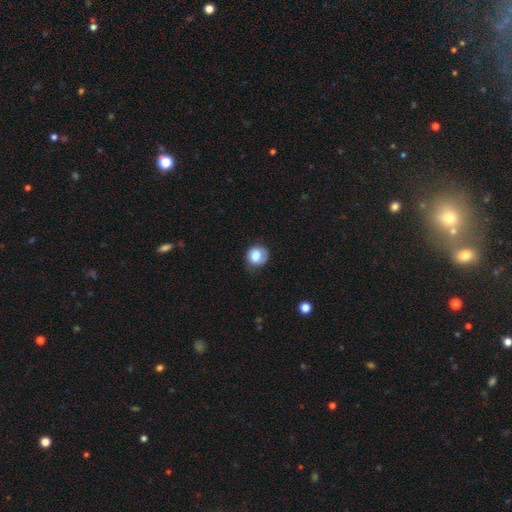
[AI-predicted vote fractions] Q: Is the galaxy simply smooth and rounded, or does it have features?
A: smooth — 79%.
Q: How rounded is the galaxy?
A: round — 79%.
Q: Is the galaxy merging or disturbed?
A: none — 61%.